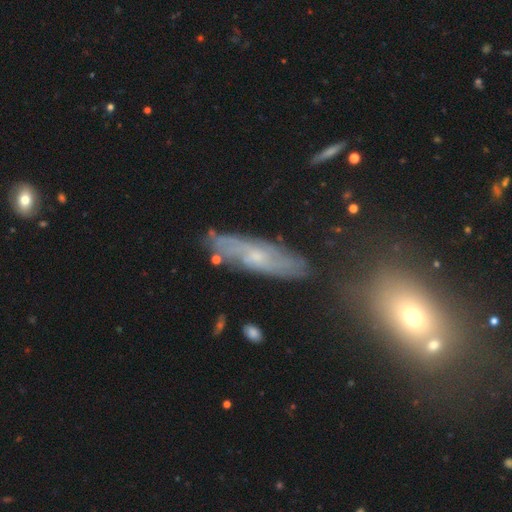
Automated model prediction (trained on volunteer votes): smooth-or-featured: featured or disk: 65% | smooth: 27% | star or artifact: 8%
  disk-edge-on: no: 70% | yes: 30%
  merging: none: 77% | minor disturbance: 16% | major disturbance: 4% | merger: 3%